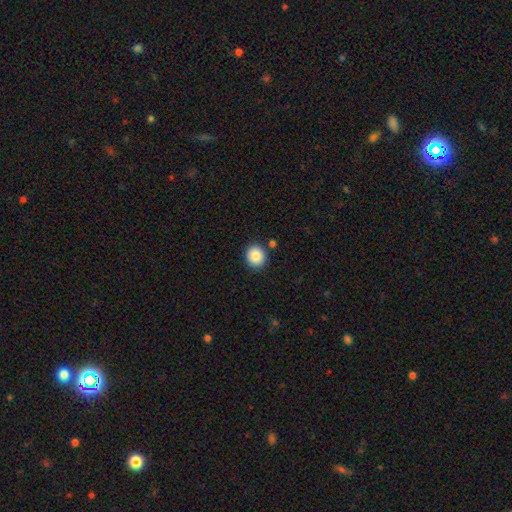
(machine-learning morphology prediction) Overall: smooth (86%). How rounded: round (86%). Merging: none (88%).